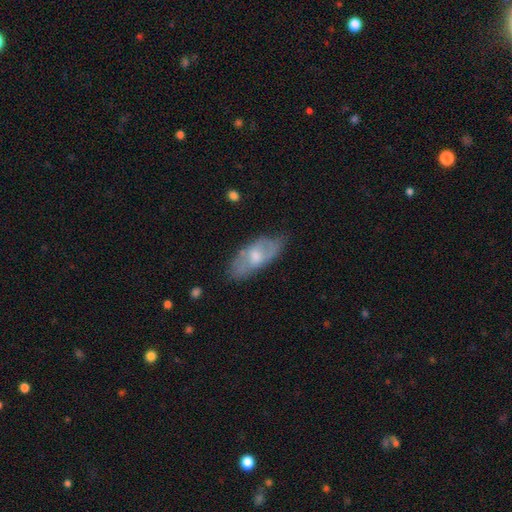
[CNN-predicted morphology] Smooth or featured: smooth — 48% (featured or disk — 46%)
Merging: none — 70% (minor disturbance — 22%)